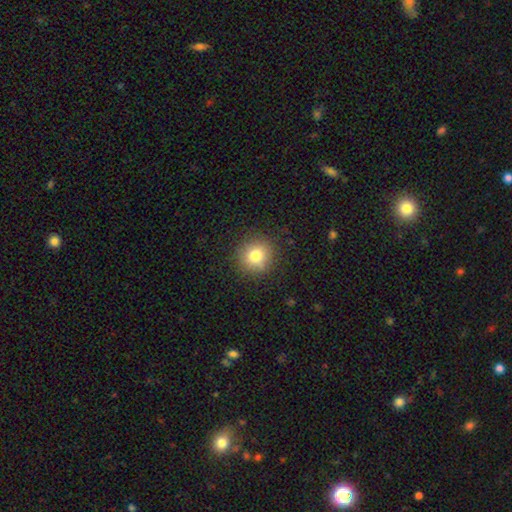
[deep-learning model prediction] Smooth or featured?
  - smooth: 78% *
  - star or artifact: 12%
  - featured or disk: 9%
How rounded?
  - round: 91% *
  - in between: 8%
  - cigar-shaped: 1%
Merging?
  - none: 87% *
  - minor disturbance: 9%
  - major disturbance: 3%
  - merger: 1%